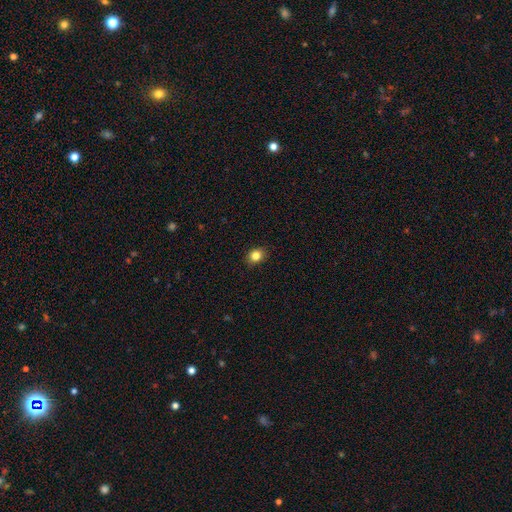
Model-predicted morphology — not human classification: Smooth or featured: smooth — 83% (star or artifact — 11%)
How rounded: round — 53% (in between — 46%)
Merging: none — 89% (minor disturbance — 9%)